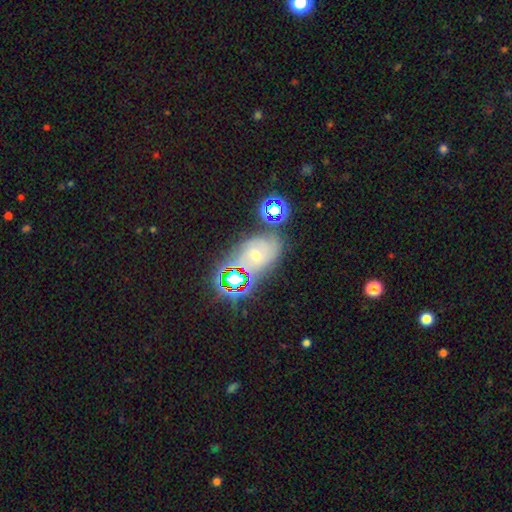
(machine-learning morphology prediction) Overall: featured or disk (43%; star or artifact 38%). Merging: none (69%).